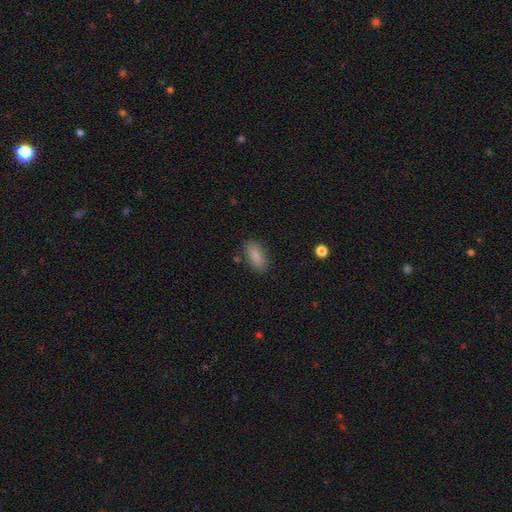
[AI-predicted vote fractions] This appears to be a smooth galaxy with no disk features (87%) that is in between round and cigar-shaped (89%). Merging: none (85%).